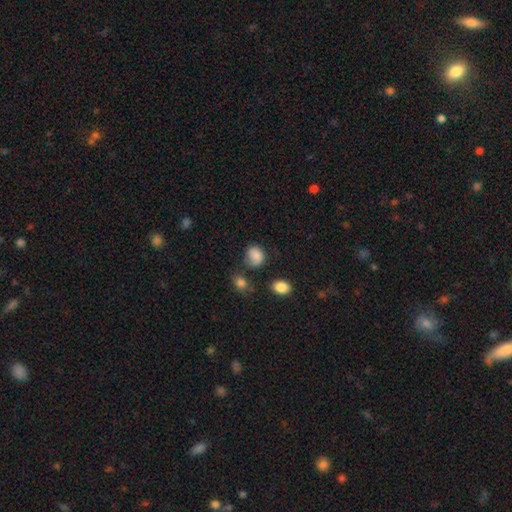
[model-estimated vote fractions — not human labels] Smooth or featured: smooth — 83% (star or artifact — 10%)
How rounded: round — 63% (in between — 36%)
Merging: none — 60% (minor disturbance — 26%)